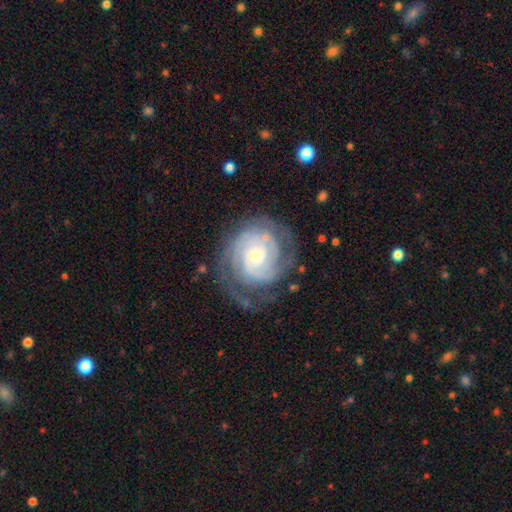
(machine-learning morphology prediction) This is clearly a featured or disk galaxy (87%). It is clearly not viewed edge-on (98%). Bar: possibly no (58%). Spiral arm pattern: clearly yes (97%). Spiral arm count: marginally 2 (31%). Spiral winding: likely tight (74%). Central bulge: likely small (68%). Merging: likely none (69%).